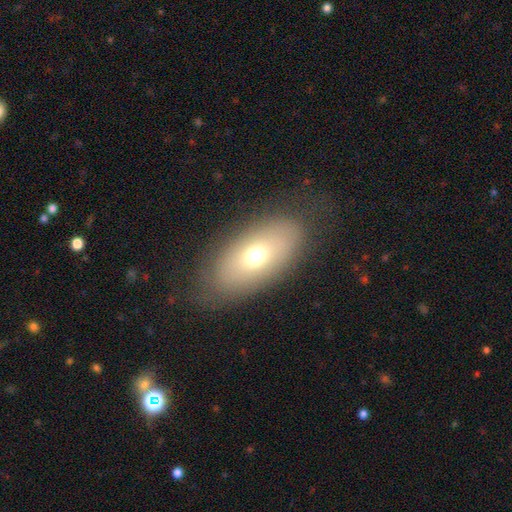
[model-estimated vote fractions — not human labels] Smooth or featured? smooth (65%)
How rounded? in between (89%)
Merging? none (77%)